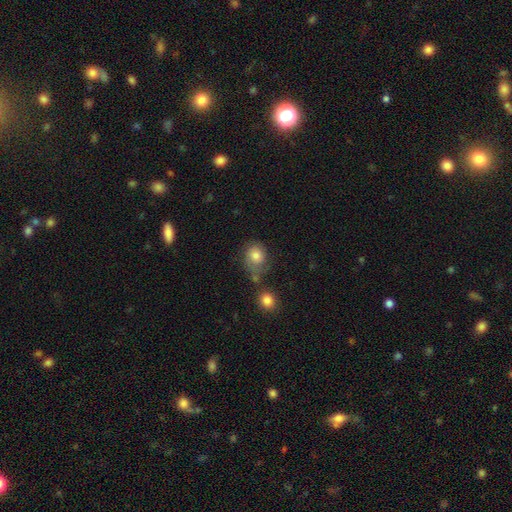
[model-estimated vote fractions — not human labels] Smooth or featured? smooth (78%)
How rounded? round (67%)
Merging? none (50%)